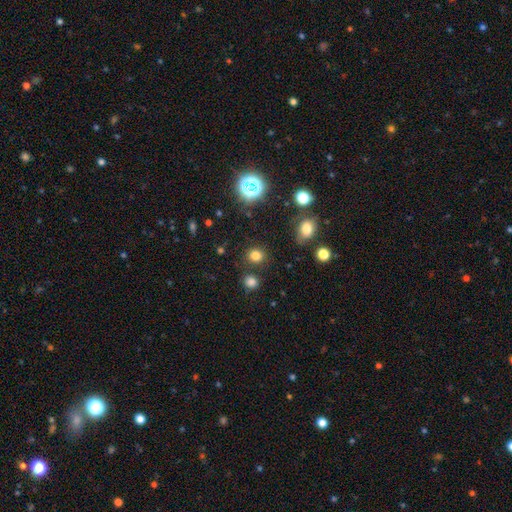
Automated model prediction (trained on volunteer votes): Smooth or featured: smooth — 77% (star or artifact — 17%)
How rounded: round — 81% (in between — 18%)
Merging: none — 85% (minor disturbance — 8%)